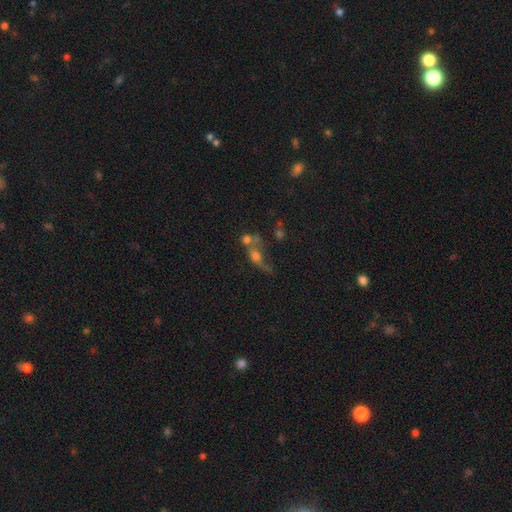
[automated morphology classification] Smooth or featured?
  - smooth: 44% *
  - featured or disk: 38%
  - star or artifact: 18%
Merging?
  - merger: 49% *
  - none: 22%
  - major disturbance: 18%
  - minor disturbance: 11%